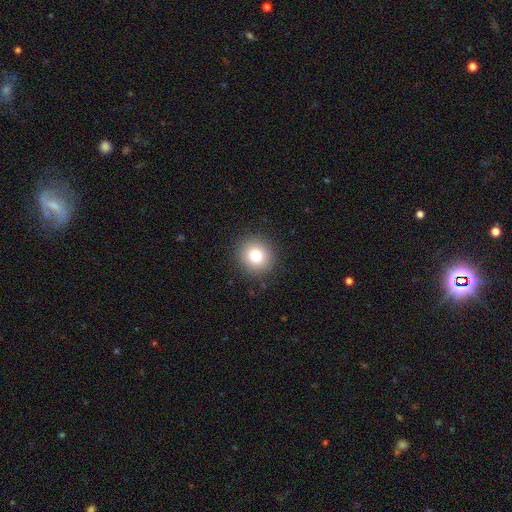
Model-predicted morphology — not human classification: The model was most divided on "smooth or featured": smooth: 82%, star or artifact: 11%, featured or disk: 7%. More confident: merging — none (90%); how rounded — round (88%).